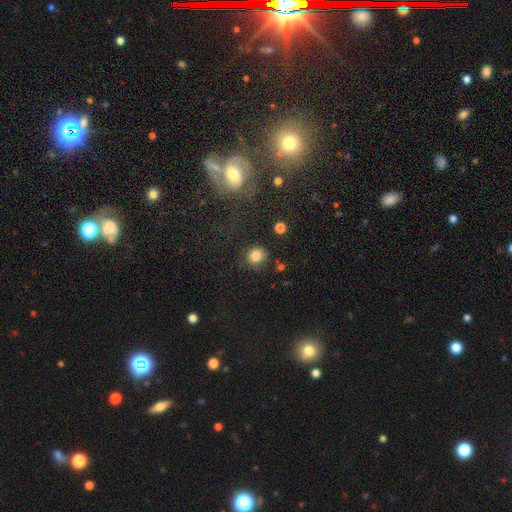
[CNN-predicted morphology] This is clearly a smooth galaxy (83%). How rounded: clearly round (87%). Merging: clearly none (82%).